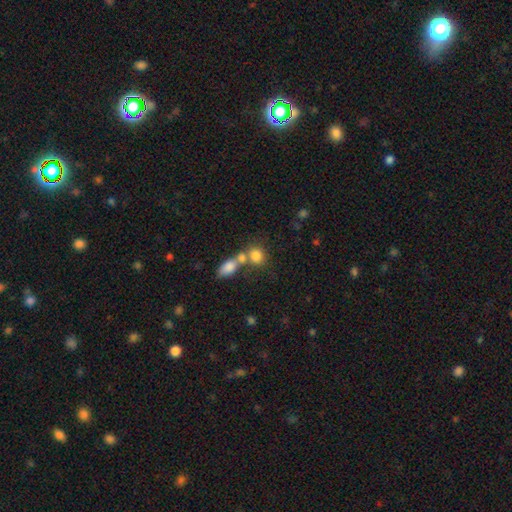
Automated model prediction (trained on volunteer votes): Smooth or featured? smooth (81%)
How rounded? round (62%)
Merging? merger (45%)